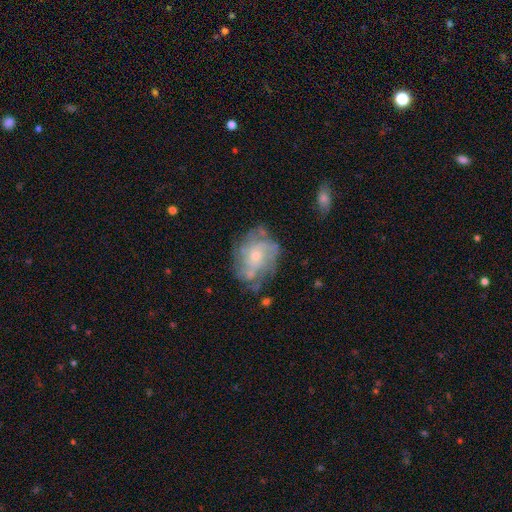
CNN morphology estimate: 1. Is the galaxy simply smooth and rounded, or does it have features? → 73% featured or disk, 19% smooth, 8% star or artifact.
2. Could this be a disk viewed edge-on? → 97% no, 3% yes.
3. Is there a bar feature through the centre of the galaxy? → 78% no, 19% weak, 3% strong.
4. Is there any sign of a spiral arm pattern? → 80% yes, 20% no.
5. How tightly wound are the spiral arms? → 49% tight, 35% medium, 16% loose.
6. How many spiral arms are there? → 47% can't tell, 17% 4, 13% 3, 10% 2, 8% more than 4, 5% 1.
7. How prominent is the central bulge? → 56% small, 38% moderate, 3% none, 2% large, 1% dominant.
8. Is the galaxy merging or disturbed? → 64% none, 21% minor disturbance, 11% major disturbance, 3% merger.